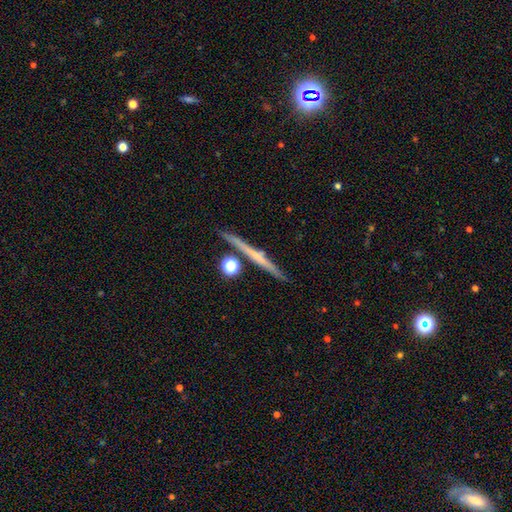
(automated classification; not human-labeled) The model was most divided on "smooth or featured": featured or disk: 61%, smooth: 32%, star or artifact: 7%. More confident: edge-on disk — yes (97%); merging — none (86%); edge-on bulge — none (66%).